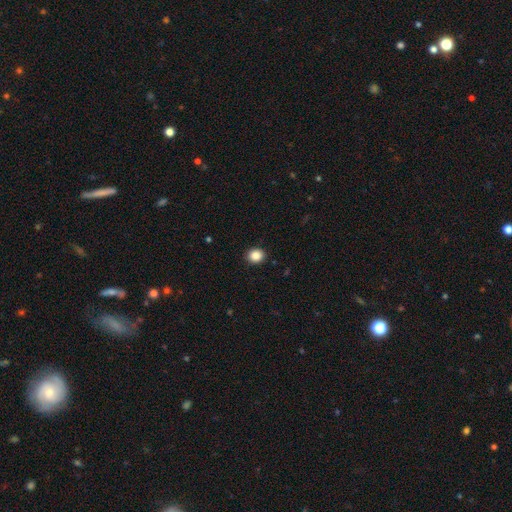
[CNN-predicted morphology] Smooth or featured? Predicted: smooth (p=0.87). How rounded? Predicted: round (p=0.73). Merging? Predicted: none (p=0.91).